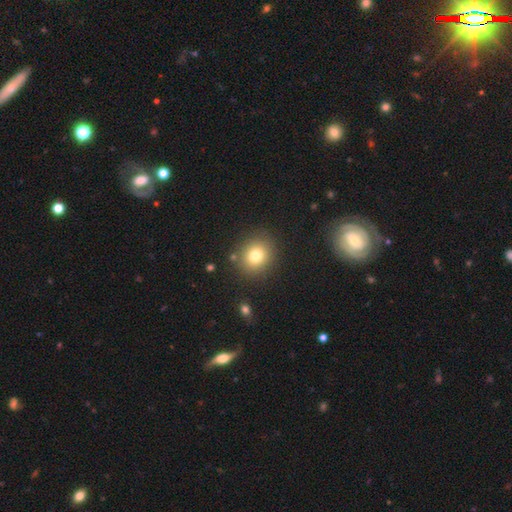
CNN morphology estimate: Overall: smooth (78%). How rounded: round (78%). Merging: none (85%).